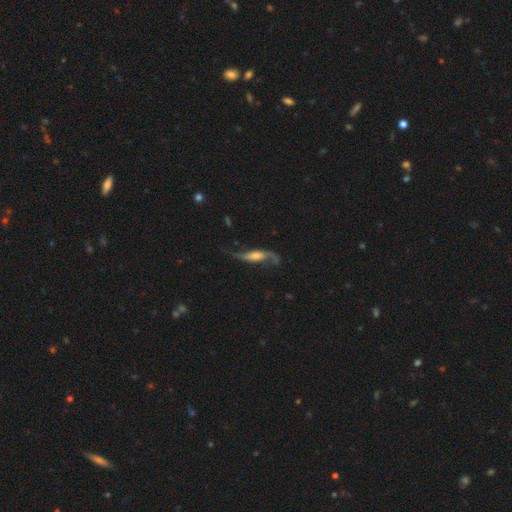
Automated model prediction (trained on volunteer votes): A featured or disk galaxy (77%) with no bar (44%), 2 (87%) loose (85%) spiral arms (93%) and a moderate central bulge (41%).

Vote fractions:
- Smooth or featured? featured or disk: 77% / smooth: 16% / star or artifact: 7%
- Edge-on disk? no: 76% / yes: 24%
- Bar? no: 44% / weak: 35% / strong: 21%
- Spiral arms? yes: 93% / no: 7%
- Spiral winding? loose: 85% / medium: 11% / tight: 4%
- Spiral arm count? 2: 87% / 1: 7% / can't tell: 3% / 3: 1% / 4: 1% / more than 4: 1%
- Bulge size? moderate: 41% / small: 29% / large: 14% / none: 12% / dominant: 3%
- Merging? none: 57% / minor disturbance: 21% / major disturbance: 18% / merger: 4%